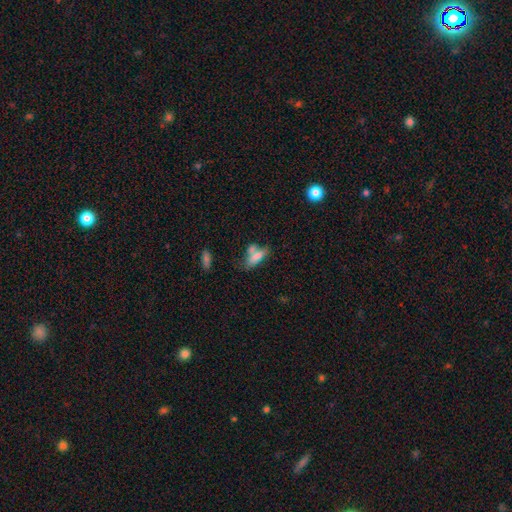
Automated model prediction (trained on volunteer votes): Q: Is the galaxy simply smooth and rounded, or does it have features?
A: smooth — 73%.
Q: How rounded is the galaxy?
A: in between — 66%.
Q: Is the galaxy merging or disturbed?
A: merger — 40%.